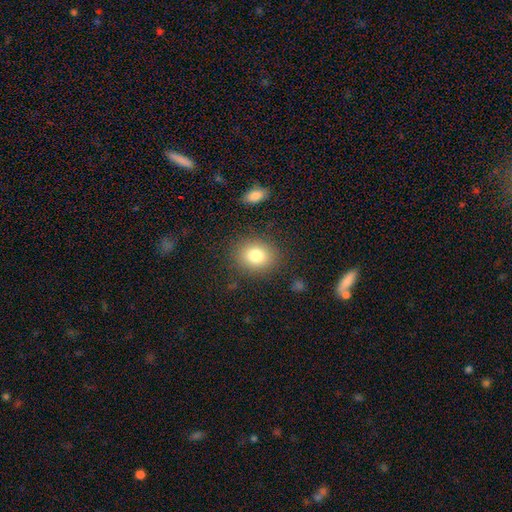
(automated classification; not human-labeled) Smooth or featured?
  - smooth: 81% *
  - star or artifact: 10%
  - featured or disk: 9%
How rounded?
  - round: 57% *
  - in between: 42%
  - cigar-shaped: 1%
Merging?
  - none: 85% *
  - minor disturbance: 10%
  - major disturbance: 4%
  - merger: 2%